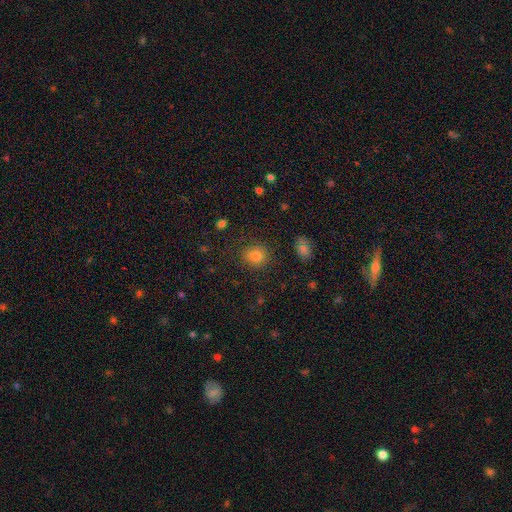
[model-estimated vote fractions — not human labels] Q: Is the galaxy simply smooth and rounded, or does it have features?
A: smooth — 78%.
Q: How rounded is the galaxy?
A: round — 78%.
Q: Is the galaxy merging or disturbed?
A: none — 84%.